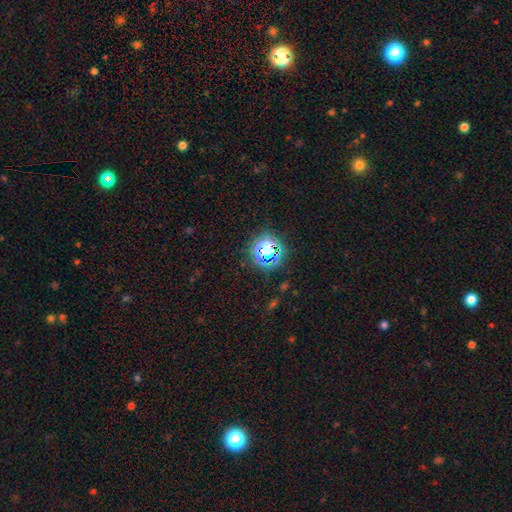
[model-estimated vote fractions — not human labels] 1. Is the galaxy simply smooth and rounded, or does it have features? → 75% star or artifact, 18% smooth, 7% featured or disk.